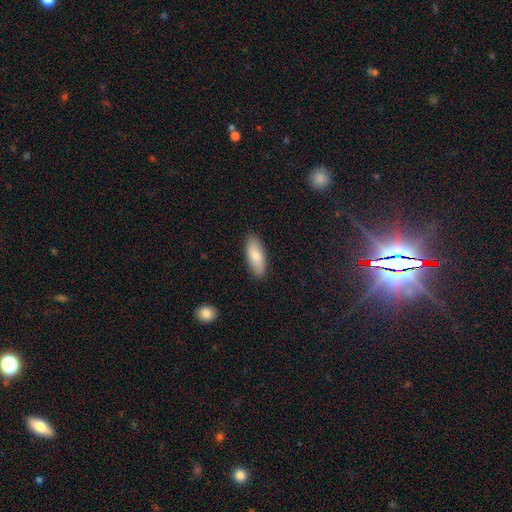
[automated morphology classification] The model was most divided on "how rounded": in between: 78%, cigar-shaped: 20%, round: 2%. More confident: merging — none (88%); smooth or featured — smooth (82%).